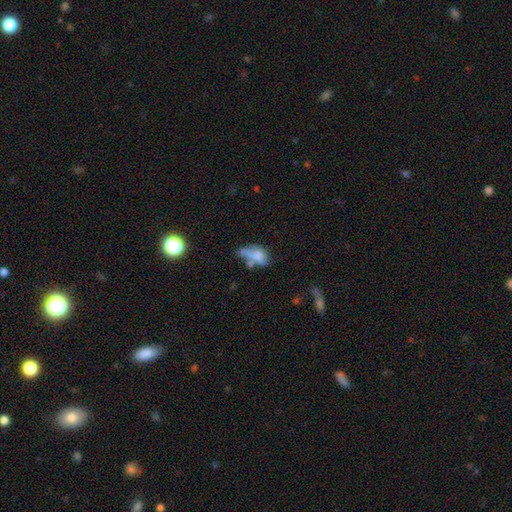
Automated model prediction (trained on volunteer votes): Morphology: type=smooth (64%); roundness=in between (84%); merging=merger (29%).